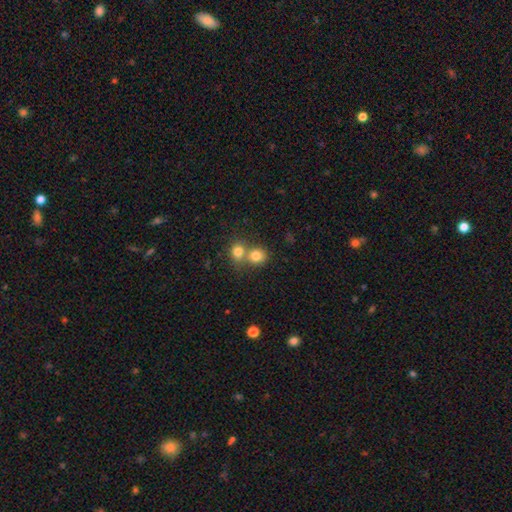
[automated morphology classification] type=smooth (79%); roundness=round (77%); merging=merger (51%).